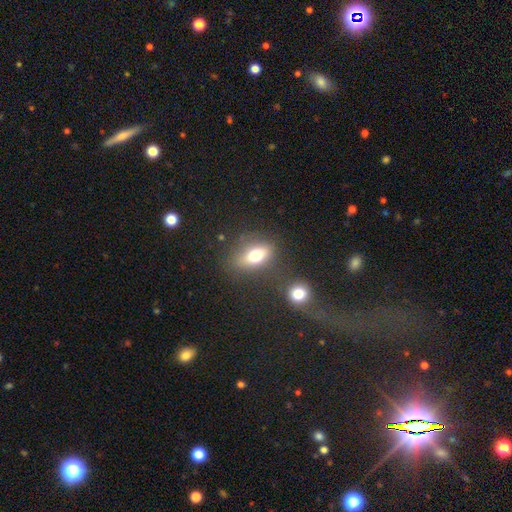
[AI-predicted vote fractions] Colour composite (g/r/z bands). It shows a smooth galaxy with no disk features (67%) that is in between round and cigar-shaped (74%). Merging: none (71%).